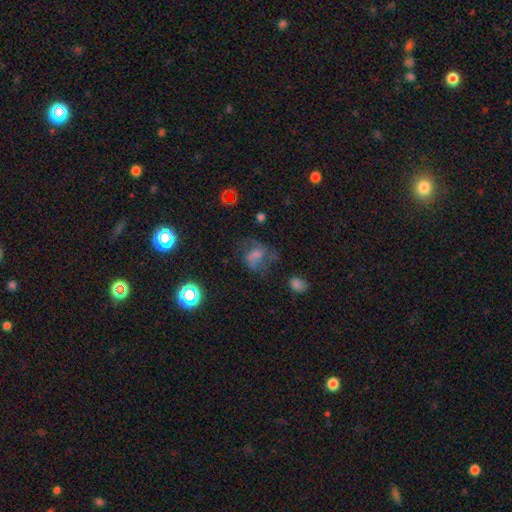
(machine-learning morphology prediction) This appears to be a featured or disk galaxy (42%). Merging: none (39%).